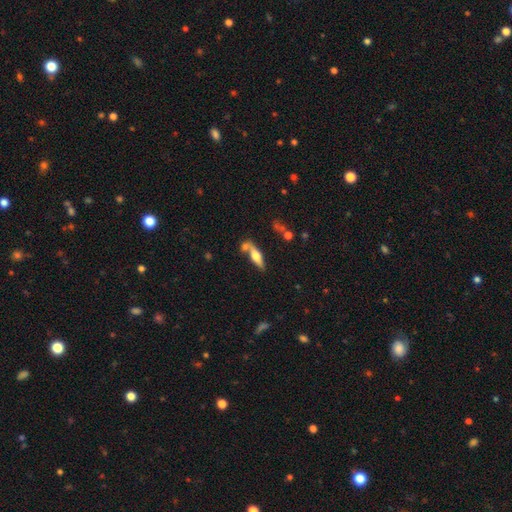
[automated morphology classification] A featured or disk galaxy (52%) viewed edge-on (89%). Merging: none (58%).